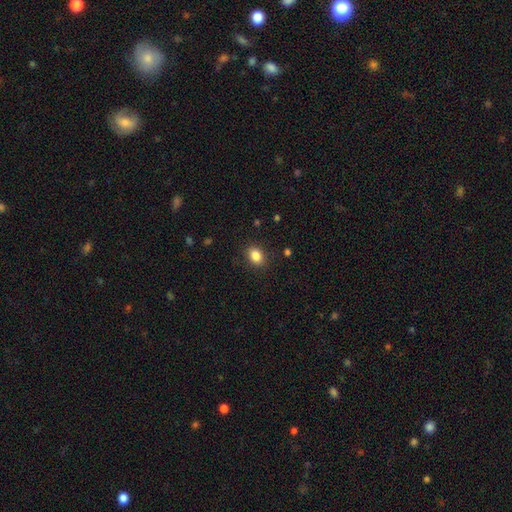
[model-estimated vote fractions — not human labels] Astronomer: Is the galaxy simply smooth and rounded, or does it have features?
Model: smooth — 86%.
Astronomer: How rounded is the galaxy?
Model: in between — 67%.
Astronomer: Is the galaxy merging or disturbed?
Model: none — 87%.